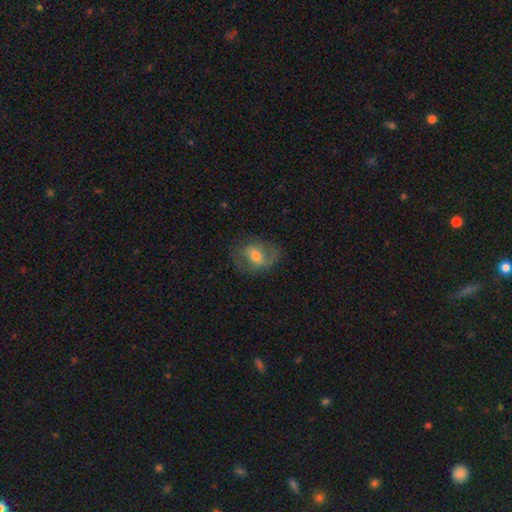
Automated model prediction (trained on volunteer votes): This is likely a featured or disk galaxy (62%). It is clearly not viewed edge-on (95%). Bar: marginally weak (44%). Spiral arm pattern: likely yes (78%). Central bulge: possibly moderate (59%). Merging: likely none (67%).